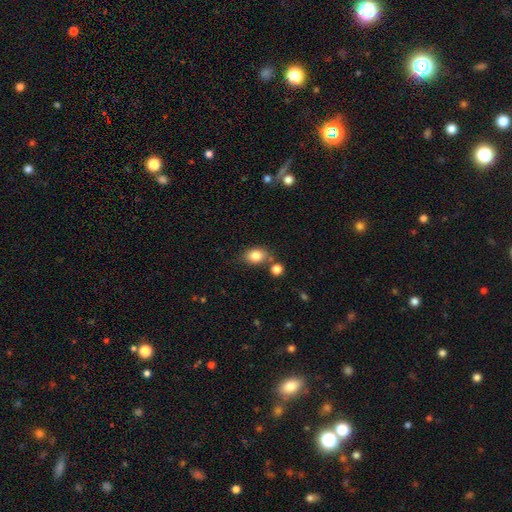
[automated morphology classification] type=smooth (83%); roundness=in between (70%); merging=none (67%).